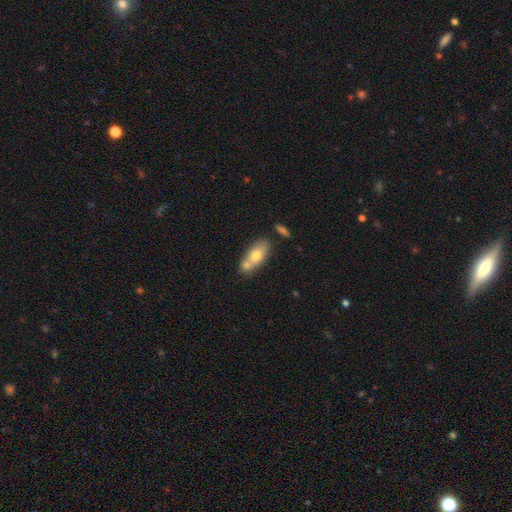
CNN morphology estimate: A smooth galaxy with no disk features (68%) that is in between round and cigar-shaped (83%). Merging: none (45%).